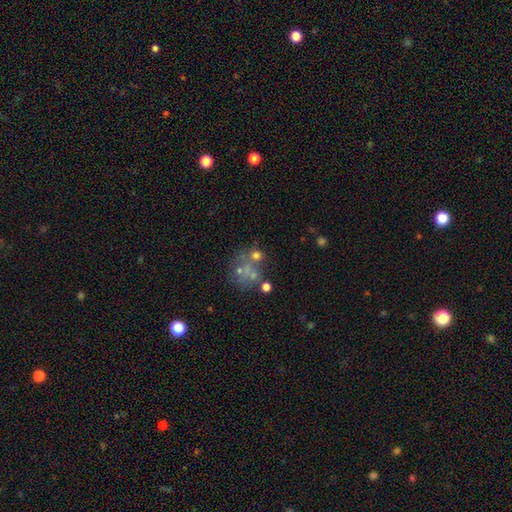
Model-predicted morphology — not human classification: Smooth or featured?
  - smooth: 39% *
  - featured or disk: 32%
  - star or artifact: 30%
Merging?
  - none: 47% *
  - merger: 26%
  - major disturbance: 14%
  - minor disturbance: 12%